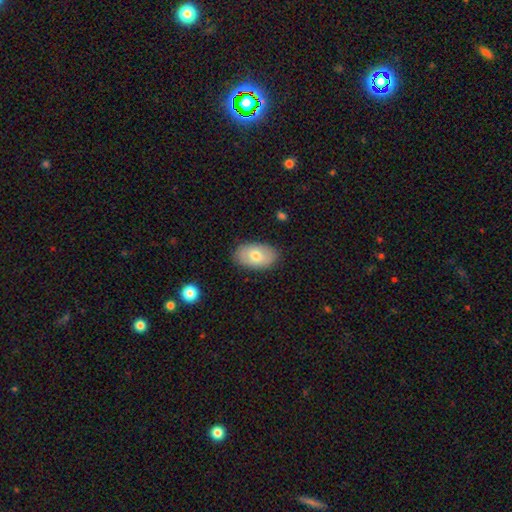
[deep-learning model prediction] smooth-or-featured: smooth: 73% | featured or disk: 20% | star or artifact: 7%
  how-rounded: in between: 92% | round: 7% | cigar-shaped: 1%
  merging: none: 85% | minor disturbance: 11% | major disturbance: 2% | merger: 1%